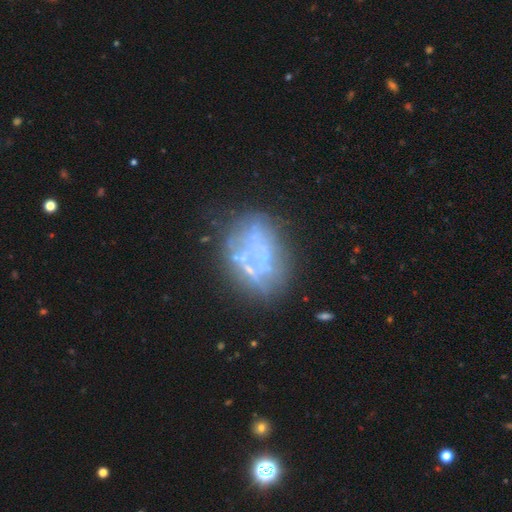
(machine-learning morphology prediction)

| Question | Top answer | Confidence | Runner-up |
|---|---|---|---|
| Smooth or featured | featured or disk | 58% | smooth (25%) |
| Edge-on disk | no | 96% | yes (4%) |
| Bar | no | 91% | weak (5%) |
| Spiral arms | no | 92% | yes (8%) |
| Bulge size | none | 81% | small (10%) |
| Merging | none | 53% | major disturbance (19%) |